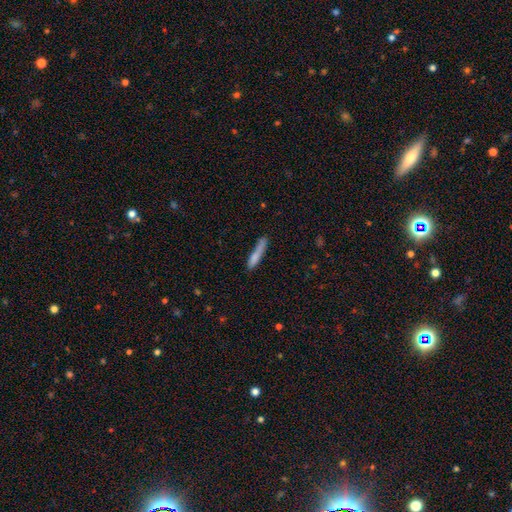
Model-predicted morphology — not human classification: Overall: smooth (77%). How rounded: cigar-shaped (91%). Merging: none (64%).